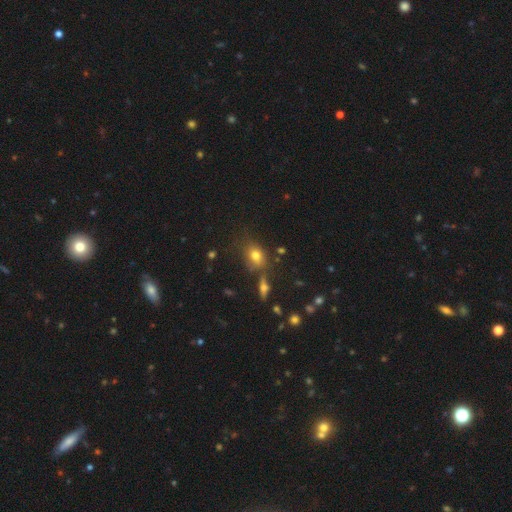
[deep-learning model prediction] Smooth or featured? smooth (72%)
How rounded? in between (57%)
Merging? none (67%)